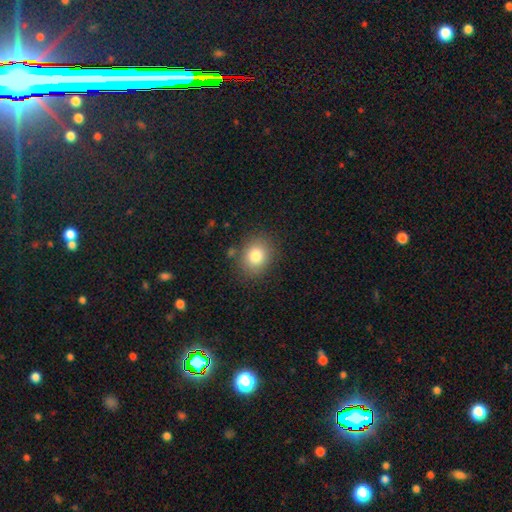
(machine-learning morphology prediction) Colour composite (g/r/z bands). It shows a smooth galaxy with no disk features (81%) that is round (61%). Merging: none (84%).